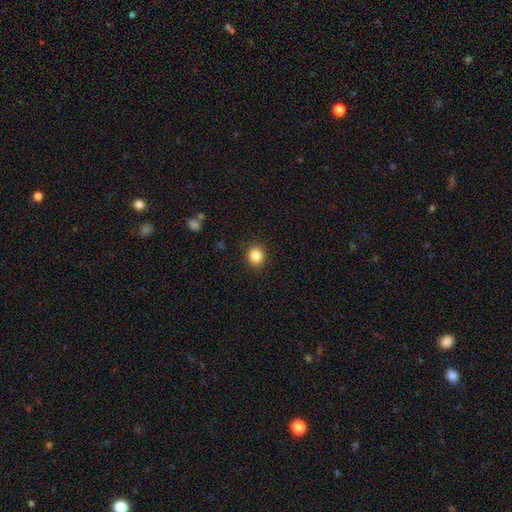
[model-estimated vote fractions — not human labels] smooth-or-featured: smooth: 85% | star or artifact: 11% | featured or disk: 5%
  how-rounded: round: 83% | in between: 16% | cigar-shaped: 1%
  merging: none: 91% | minor disturbance: 6% | major disturbance: 2% | merger: 1%